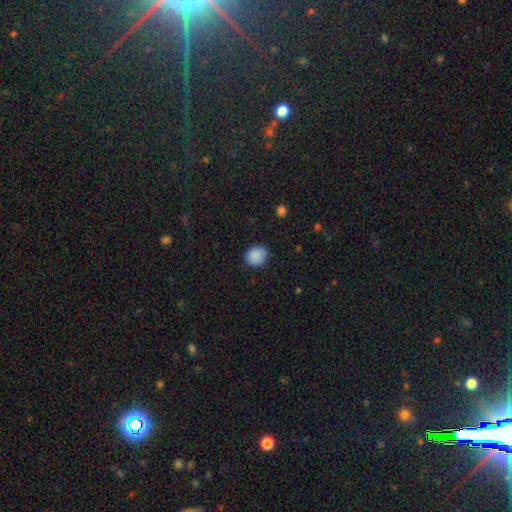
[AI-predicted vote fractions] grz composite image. It shows a smooth galaxy with no disk features (88%) that is round (70%). Merging: none (77%).